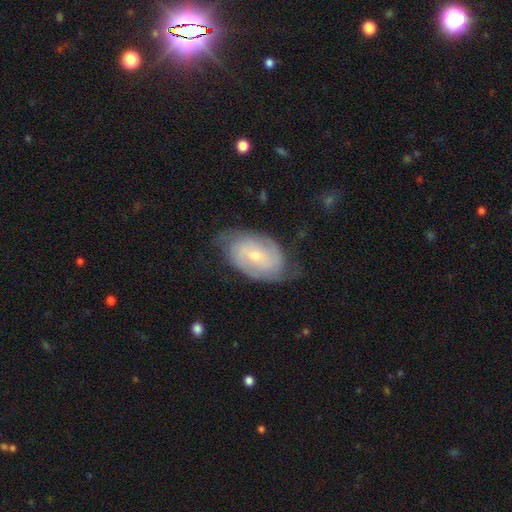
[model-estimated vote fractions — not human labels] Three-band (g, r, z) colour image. It shows a featured or disk galaxy (74%) with no bar (52%), 2 (54%) tight (54%) spiral arms (90%) and a small central bulge (64%). Merging: none (67%).